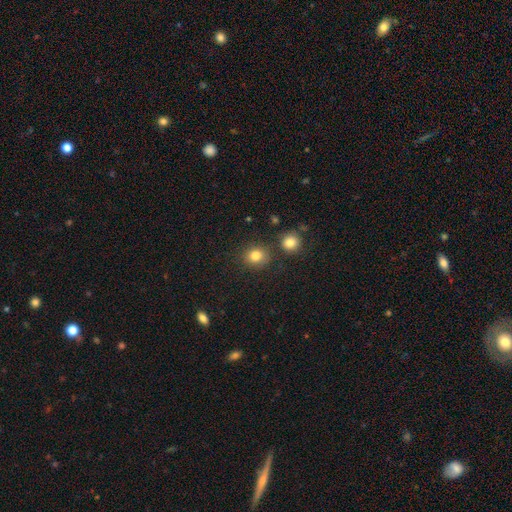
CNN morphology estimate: smooth-or-featured: smooth: 82% | star or artifact: 12% | featured or disk: 6%
  how-rounded: round: 79% | in between: 20% | cigar-shaped: 1%
  merging: none: 79% | minor disturbance: 10% | merger: 8% | major disturbance: 3%